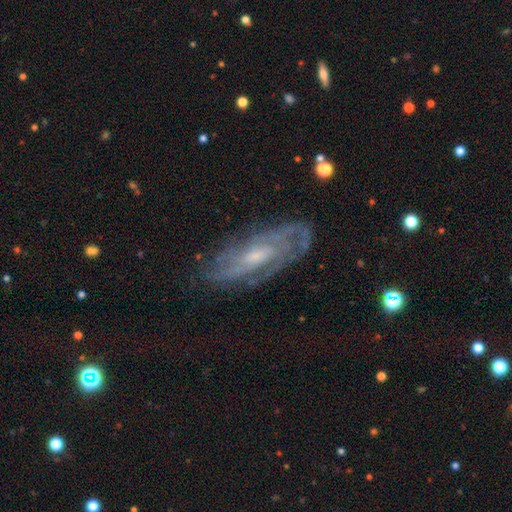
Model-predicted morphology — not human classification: Smooth or featured?
  - featured or disk: 81% *
  - smooth: 12%
  - star or artifact: 7%
Edge-on disk?
  - no: 87% *
  - yes: 13%
Bar?
  - no: 58% *
  - weak: 35%
  - strong: 7%
Spiral arms?
  - yes: 91% *
  - no: 9%
Spiral winding?
  - tight: 58% *
  - medium: 33%
  - loose: 9%
Spiral arm count?
  - can't tell: 46% *
  - 2: 19%
  - 3: 15%
  - 4: 10%
  - more than 4: 5%
  - 1: 5%
Bulge size?
  - small: 51% *
  - moderate: 38%
  - none: 6%
  - large: 3%
  - dominant: 1%
Merging?
  - none: 75% *
  - minor disturbance: 18%
  - major disturbance: 6%
  - merger: 1%